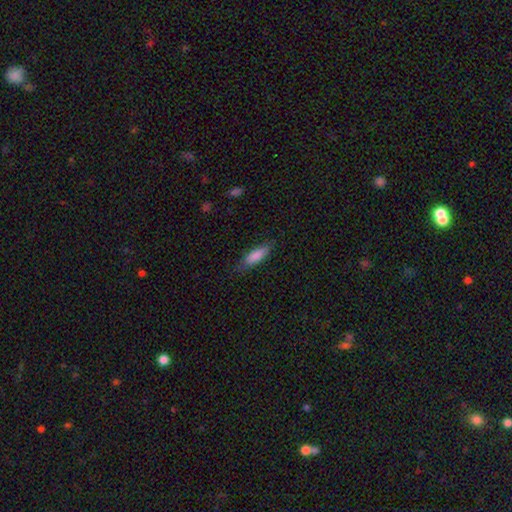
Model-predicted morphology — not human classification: Smooth or featured: smooth — 83% (featured or disk — 11%)
How rounded: in between — 51% (cigar-shaped — 47%)
Merging: none — 77% (minor disturbance — 18%)